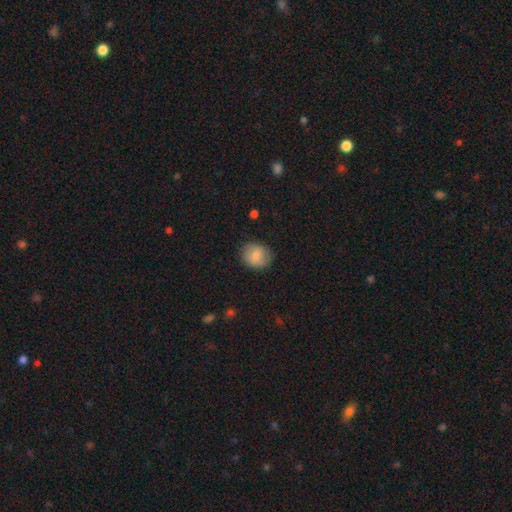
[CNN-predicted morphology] Q: Smooth or featured?
A: smooth (74%); runner-up: featured or disk (19%)
Q: How rounded?
A: round (71%); runner-up: in between (28%)
Q: Merging?
A: none (79%); runner-up: minor disturbance (16%)